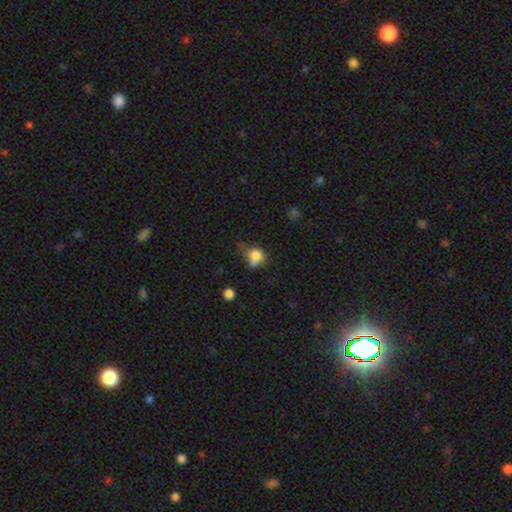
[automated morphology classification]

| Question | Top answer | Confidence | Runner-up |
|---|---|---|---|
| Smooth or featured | smooth | 77% | featured or disk (12%) |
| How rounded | round | 64% | in between (35%) |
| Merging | none | 35% | minor disturbance (29%) |